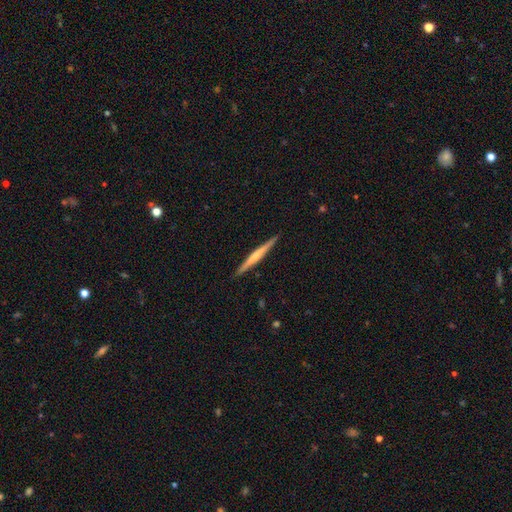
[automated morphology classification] smooth_or_featured: featured or disk (p=0.63) [alt: smooth p=0.32]
disk_edge_on: yes (p=0.98) [alt: no p=0.02]
edge_on_bulge: rounded (p=0.56) [alt: none p=0.35]
merging: none (p=0.91) [alt: minor disturbance p=0.06]